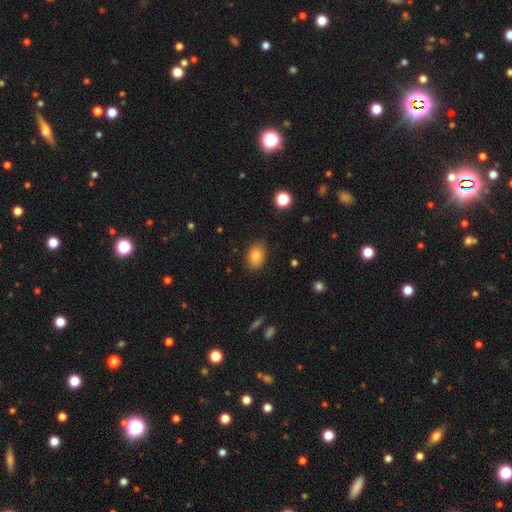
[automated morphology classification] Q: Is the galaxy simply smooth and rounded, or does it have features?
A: smooth — 82%.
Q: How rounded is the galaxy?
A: in between — 79%.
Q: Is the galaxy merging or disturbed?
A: none — 83%.